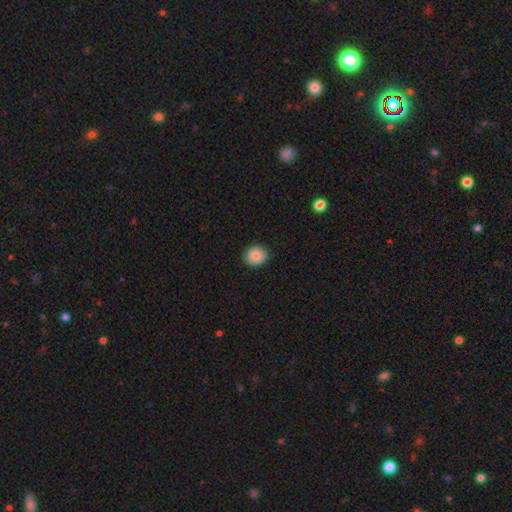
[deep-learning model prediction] A smooth galaxy with no disk features (86%) that is round (80%).

Vote fractions:
- Smooth or featured? smooth: 86% / star or artifact: 8% / featured or disk: 6%
- How rounded? round: 80% / in between: 19% / cigar-shaped: 1%
- Merging? none: 90% / minor disturbance: 8% / major disturbance: 2% / merger: 1%